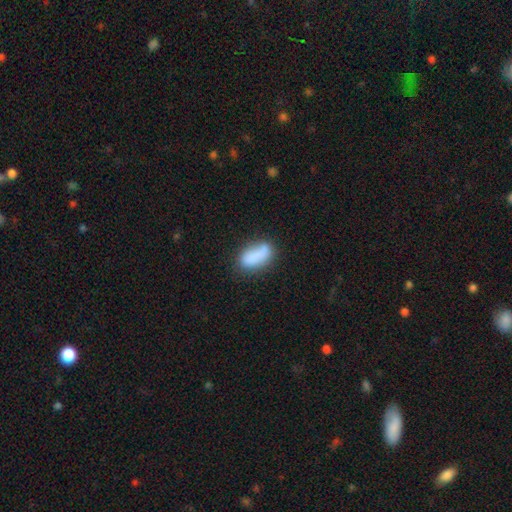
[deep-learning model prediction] Smooth or featured?
  - smooth: 81% *
  - featured or disk: 11%
  - star or artifact: 8%
How rounded?
  - in between: 86% *
  - cigar-shaped: 10%
  - round: 4%
Merging?
  - none: 57% *
  - minor disturbance: 24%
  - merger: 10%
  - major disturbance: 9%